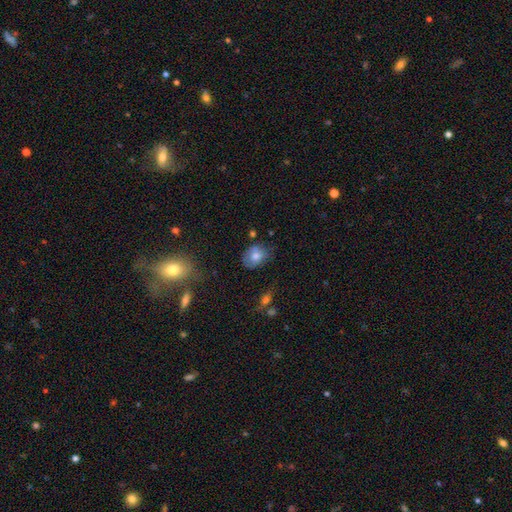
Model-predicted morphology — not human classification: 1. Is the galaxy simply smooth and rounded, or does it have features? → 72% smooth, 19% featured or disk, 9% star or artifact.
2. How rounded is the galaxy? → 60% in between, 38% round, 1% cigar-shaped.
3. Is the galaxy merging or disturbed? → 58% none, 29% minor disturbance, 8% major disturbance, 4% merger.